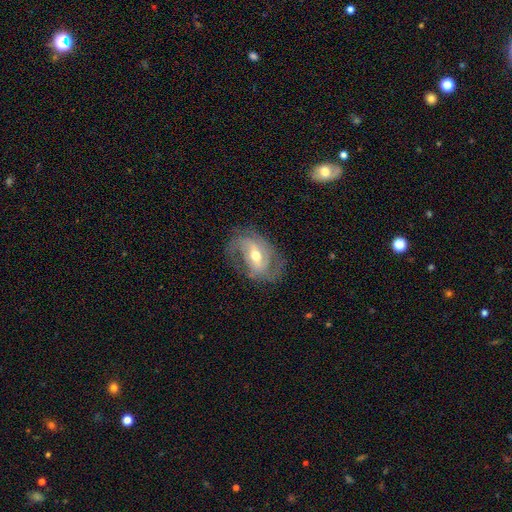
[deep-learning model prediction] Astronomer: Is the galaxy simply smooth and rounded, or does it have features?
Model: featured or disk — 81%.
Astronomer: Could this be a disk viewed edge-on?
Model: no — 95%.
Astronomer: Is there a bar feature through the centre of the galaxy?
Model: weak — 43% (runner-up: strong, 35%).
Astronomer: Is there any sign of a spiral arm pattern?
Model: yes — 87%.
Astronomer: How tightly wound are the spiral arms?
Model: medium — 45% (runner-up: tight, 32%).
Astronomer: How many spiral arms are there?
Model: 2 — 62%.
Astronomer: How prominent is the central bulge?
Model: moderate — 72%.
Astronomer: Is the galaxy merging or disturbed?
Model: none — 64%.